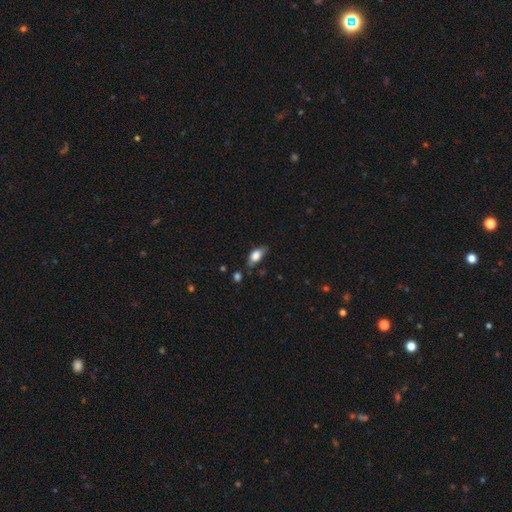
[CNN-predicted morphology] This is likely a smooth galaxy (77%). How rounded: clearly in between (87%). Merging: likely none (61%).